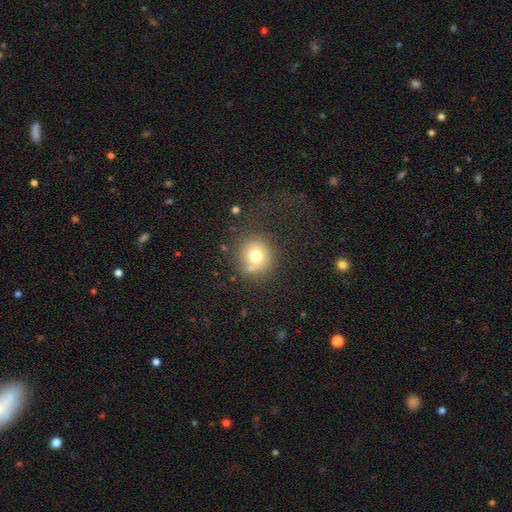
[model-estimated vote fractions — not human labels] Smooth or featured? smooth (72%)
How rounded? round (88%)
Merging? none (67%)